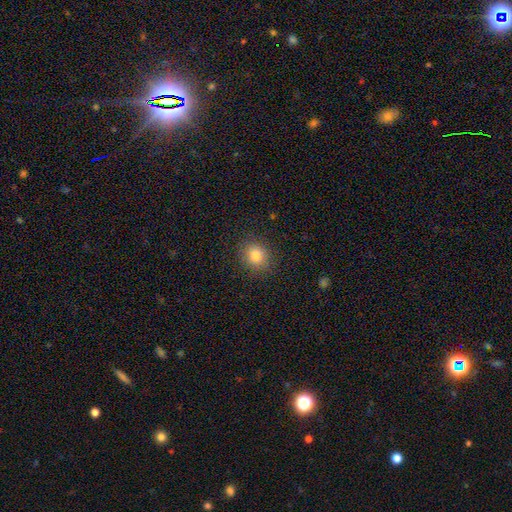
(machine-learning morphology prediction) type=smooth (82%); roundness=round (73%); merging=none (88%).